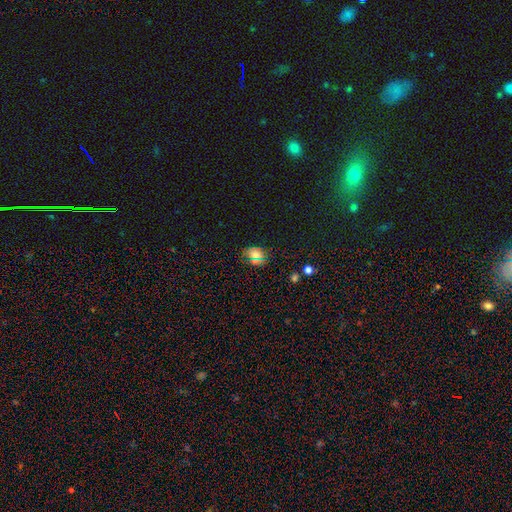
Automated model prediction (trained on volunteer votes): The model was most divided on "how rounded": in between: 53%, round: 45%, cigar-shaped: 3%. More confident: merging — none (83%); smooth or featured — smooth (64%).